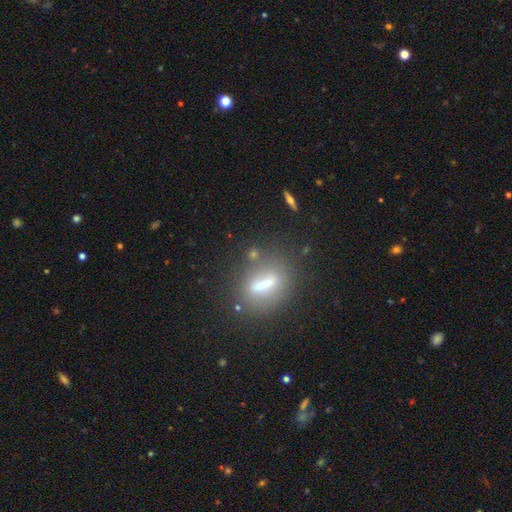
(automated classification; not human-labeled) This is marginally a smooth galaxy (43%). Merging: likely none (76%).